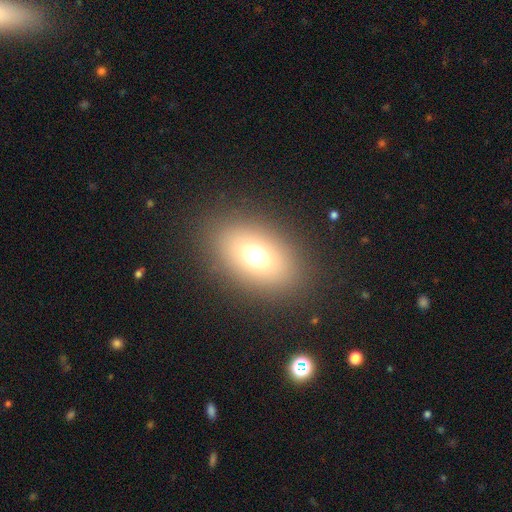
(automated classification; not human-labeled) A smooth galaxy with no disk features (67%) that is in between round and cigar-shaped (74%). Merging: none (86%).